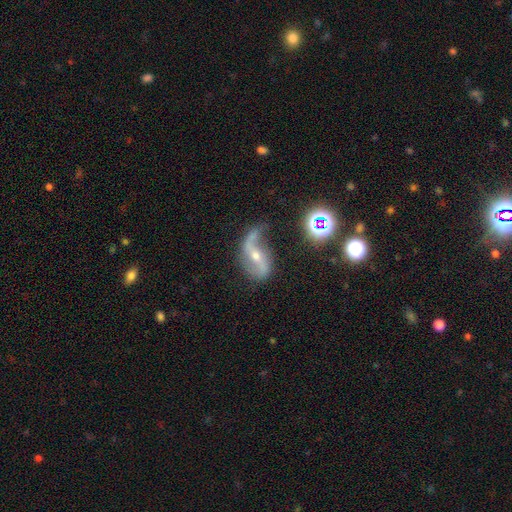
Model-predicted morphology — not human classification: Smooth or featured? Predicted: featured or disk (p=0.81). Edge-on disk? Predicted: no (p=0.95). Bar? Predicted: strong (p=0.37). Spiral arms? Predicted: yes (p=0.91). Spiral winding? Predicted: loose (p=0.78). Spiral arm count? Predicted: 2 (p=0.78). Bulge size? Predicted: small (p=0.51). Merging? Predicted: none (p=0.46).